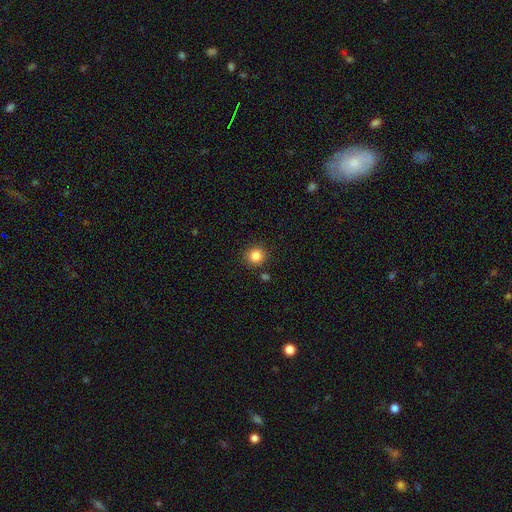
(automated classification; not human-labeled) smooth 85%, star or artifact 11%, featured or disk 4%. Down the decision tree: how rounded — round (91%); merging — none (88%).